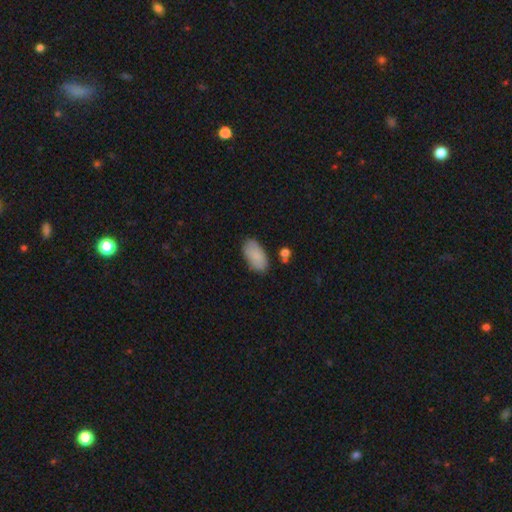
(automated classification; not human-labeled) This appears to be a smooth galaxy with no disk features (86%) that is in between round and cigar-shaped (94%). Merging: none (80%).